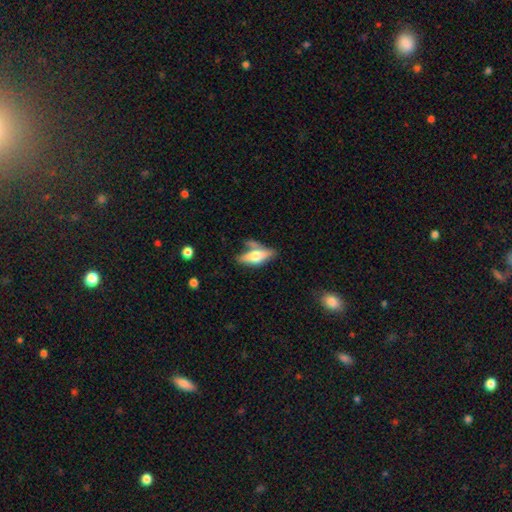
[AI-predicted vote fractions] A smooth galaxy with no disk features (52%) that is in between round and cigar-shaped (60%).

Vote fractions:
- Smooth or featured? smooth: 52% / featured or disk: 41% / star or artifact: 7%
- How rounded? in between: 60% / cigar-shaped: 37% / round: 4%
- Merging? none: 50% / minor disturbance: 20% / merger: 19% / major disturbance: 10%